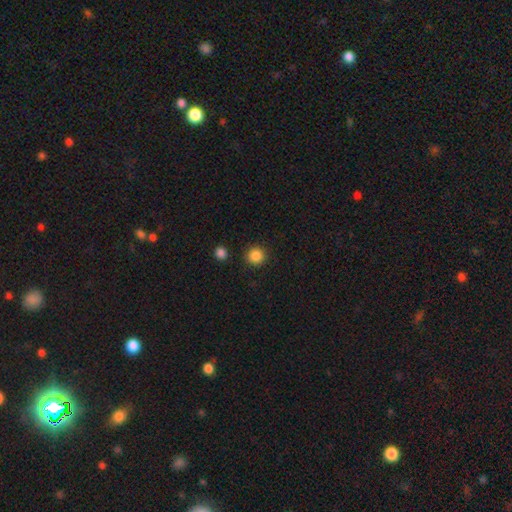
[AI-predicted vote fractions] The model was most divided on "smooth or featured": smooth: 85%, star or artifact: 11%, featured or disk: 4%. More confident: how rounded — round (94%); merging — none (91%).